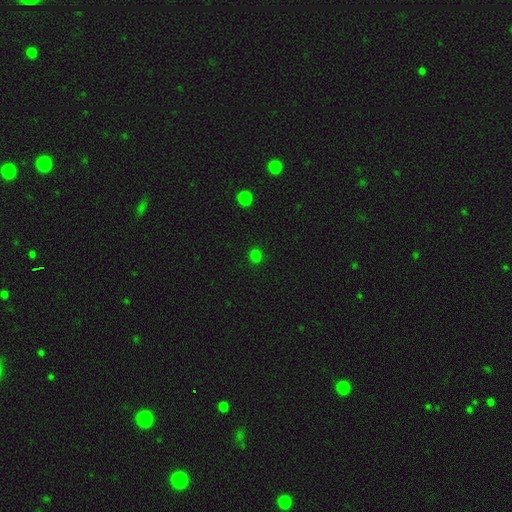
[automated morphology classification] The model was most divided on "smooth or featured": smooth: 78%, star or artifact: 19%, featured or disk: 3%. More confident: merging — none (90%); how rounded — round (81%).